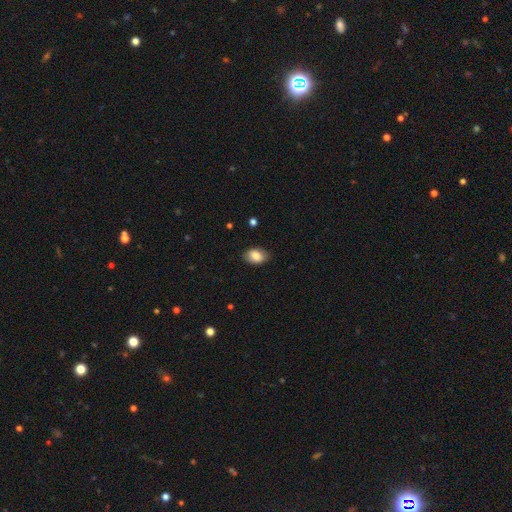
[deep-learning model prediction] smooth 82%, featured or disk 11%, star or artifact 7%. Down the decision tree: how rounded — in between (86%); merging — none (84%).